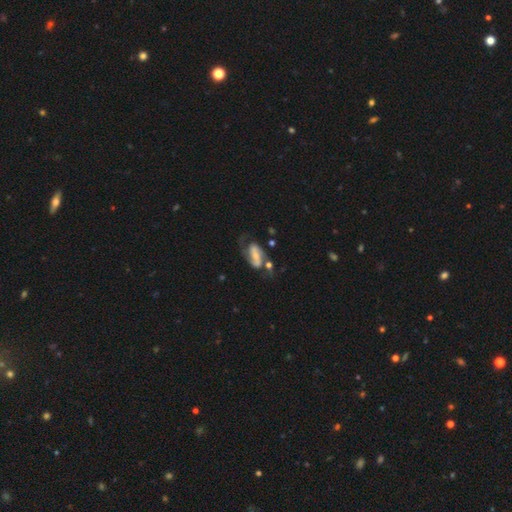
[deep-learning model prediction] Smooth or featured: featured or disk — 78% (smooth — 16%)
Edge-on disk: no — 96% (yes — 4%)
Bar: strong — 39% (weak — 36%)
Spiral arms: yes — 92% (no — 8%)
Spiral winding: medium — 45% (loose — 36%)
Spiral arm count: 2 — 85% (1 — 6%)
Bulge size: small — 52% (moderate — 34%)
Merging: none — 50% (minor disturbance — 20%)